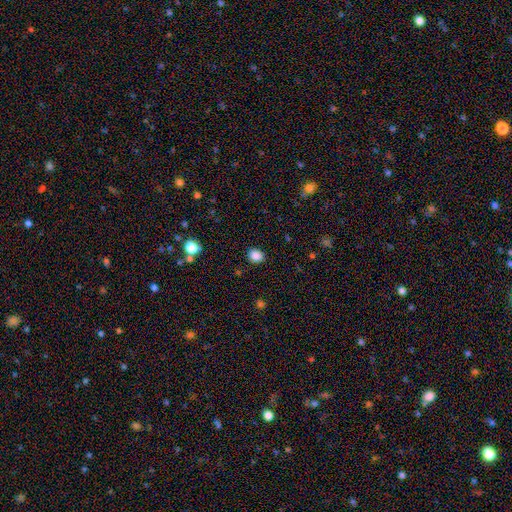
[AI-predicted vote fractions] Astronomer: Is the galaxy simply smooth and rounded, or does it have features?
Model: smooth — 86%.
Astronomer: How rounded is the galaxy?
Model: round — 65%.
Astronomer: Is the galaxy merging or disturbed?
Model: none — 89%.